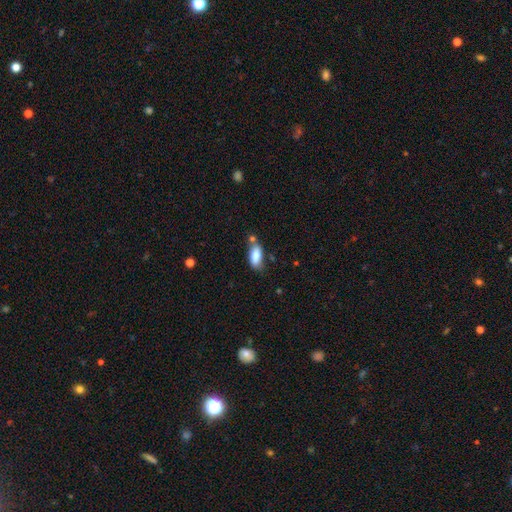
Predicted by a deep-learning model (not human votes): A smooth galaxy with no disk features (82%) that is in between round and cigar-shaped (86%). Merging: none (58%).